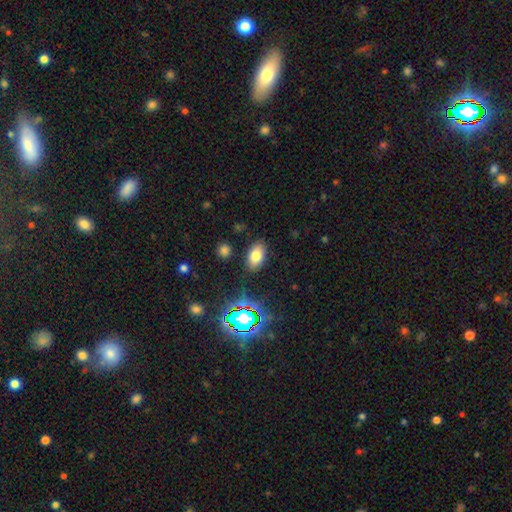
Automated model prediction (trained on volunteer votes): This appears to be a smooth galaxy with no disk features (74%) that is in between round and cigar-shaped (90%). Merging: none (85%).